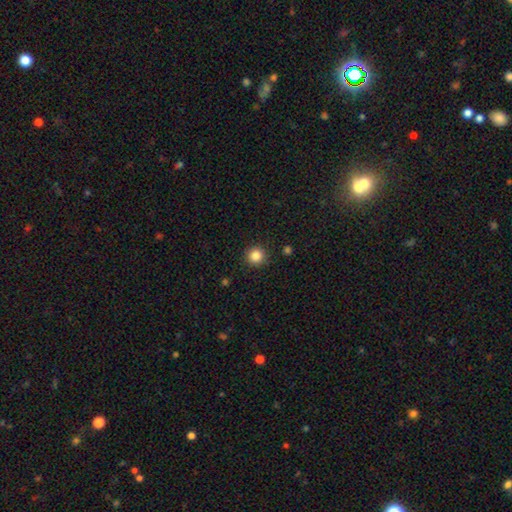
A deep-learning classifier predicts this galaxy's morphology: type=smooth (85%); roundness=round (95%); merging=none (91%).